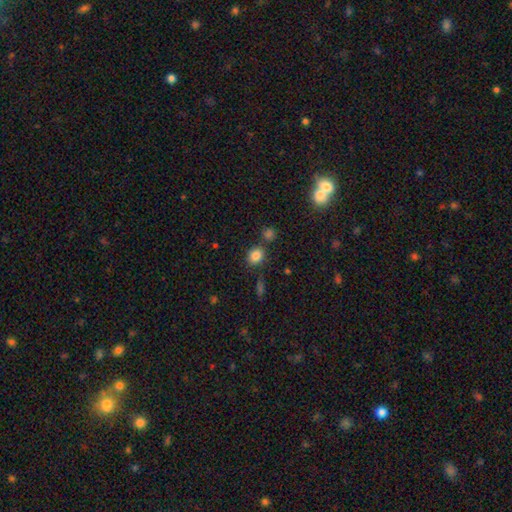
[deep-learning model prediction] Overall: smooth (83%). How rounded: round (62%; in between 37%). Merging: none (76%).